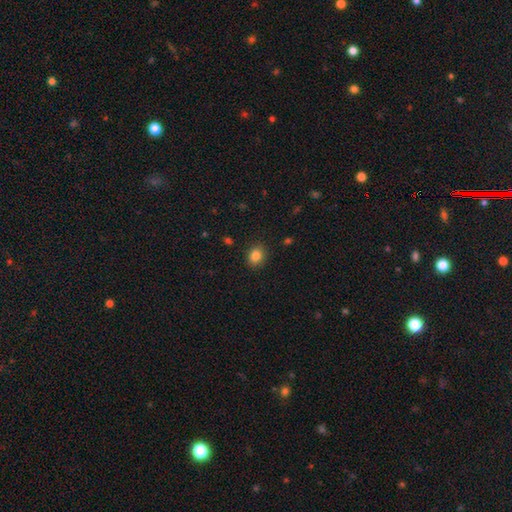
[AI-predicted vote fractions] Morphology: type=smooth (84%); roundness=round (55%); merging=none (89%).